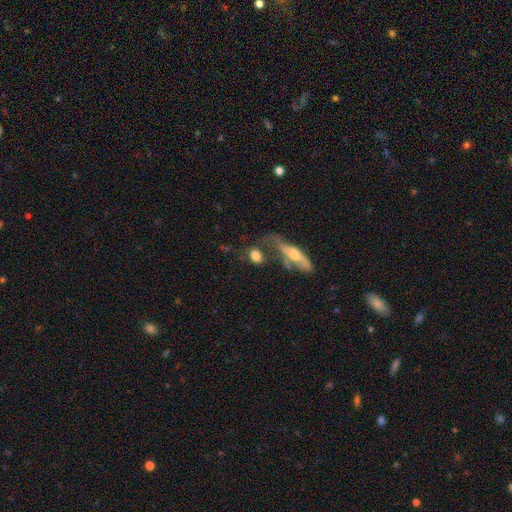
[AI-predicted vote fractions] Morphology: type=smooth (74%); roundness=in between (54%); merging=none (44%).